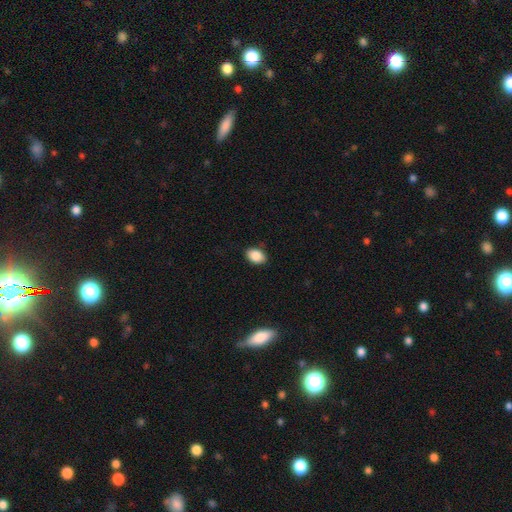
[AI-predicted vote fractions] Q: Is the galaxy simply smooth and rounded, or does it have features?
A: smooth — 87%.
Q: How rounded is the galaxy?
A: in between — 82%.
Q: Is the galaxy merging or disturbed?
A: none — 86%.